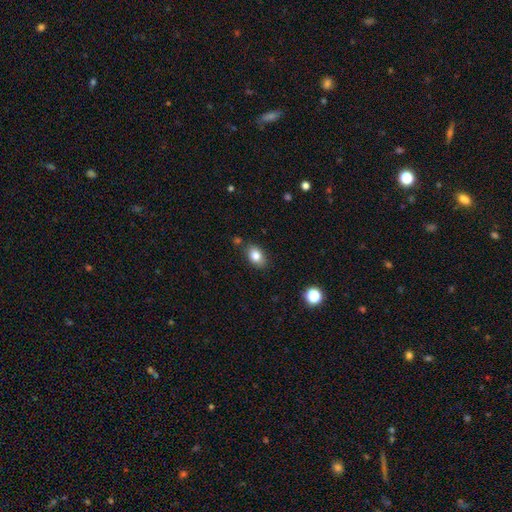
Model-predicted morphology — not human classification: A smooth galaxy with no disk features (83%) that is in between round and cigar-shaped (81%). Merging: none (81%).